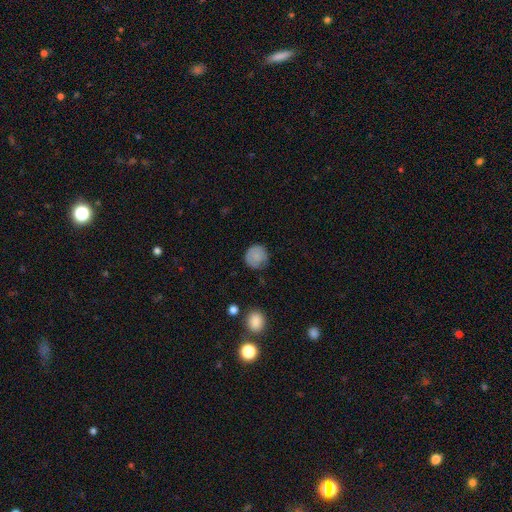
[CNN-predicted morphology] Smooth or featured?
  - smooth: 82% *
  - featured or disk: 9%
  - star or artifact: 9%
How rounded?
  - round: 90% *
  - in between: 9%
  - cigar-shaped: 1%
Merging?
  - none: 76% *
  - minor disturbance: 18%
  - major disturbance: 5%
  - merger: 2%